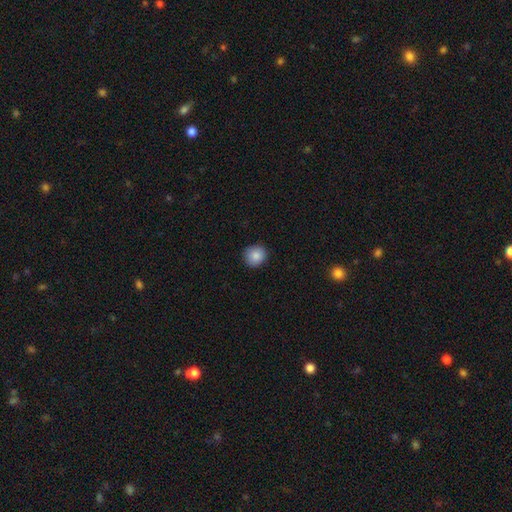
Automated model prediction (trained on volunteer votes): Smooth or featured? Predicted: smooth (p=0.86). How rounded? Predicted: round (p=0.87). Merging? Predicted: none (p=0.89).